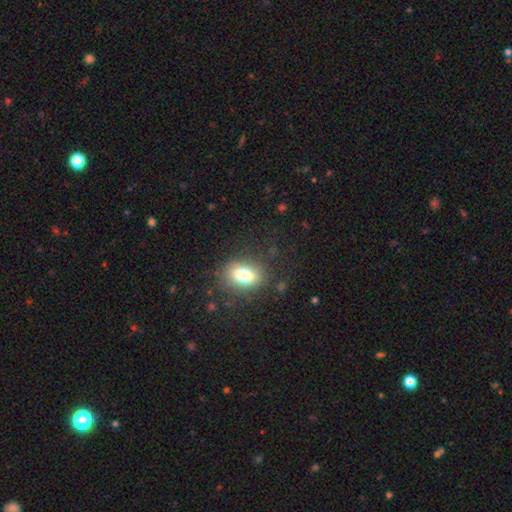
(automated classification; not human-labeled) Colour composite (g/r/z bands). It shows a smooth galaxy with no disk features (62%) that is in between round and cigar-shaped (55%). Merging: none (82%).